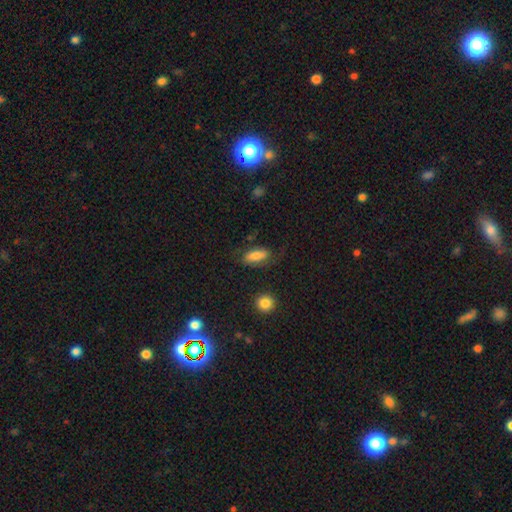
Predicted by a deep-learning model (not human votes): A smooth galaxy with no disk features (72%) that is in between round and cigar-shaped (80%).

Vote fractions:
- Smooth or featured? smooth: 72% / featured or disk: 21% / star or artifact: 8%
- How rounded? in between: 80% / cigar-shaped: 16% / round: 4%
- Merging? none: 68% / minor disturbance: 20% / major disturbance: 10% / merger: 2%